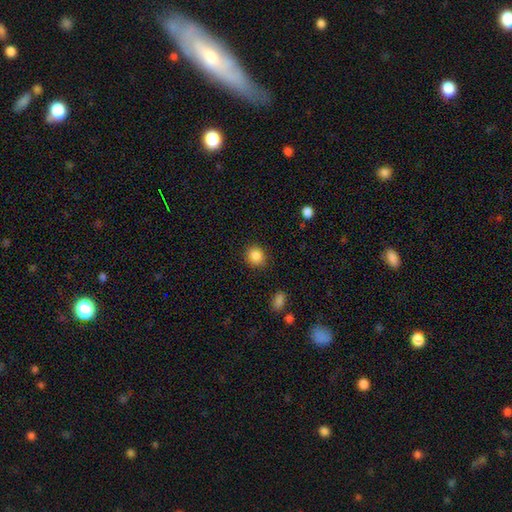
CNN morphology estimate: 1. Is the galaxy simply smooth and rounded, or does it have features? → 87% smooth, 9% star or artifact, 4% featured or disk.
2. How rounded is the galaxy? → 80% round, 19% in between, 1% cigar-shaped.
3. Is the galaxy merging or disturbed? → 88% none, 8% minor disturbance, 3% major disturbance, 1% merger.